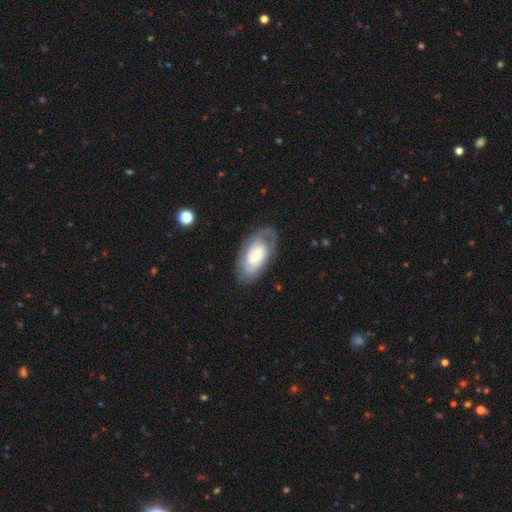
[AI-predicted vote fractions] featured or disk 65%, smooth 29%, star or artifact 6%. Down the decision tree: edge-on disk — no (94%); bar — no (46%); spiral arms — yes (80%); bulge size — moderate (47%); merging — none (74%).